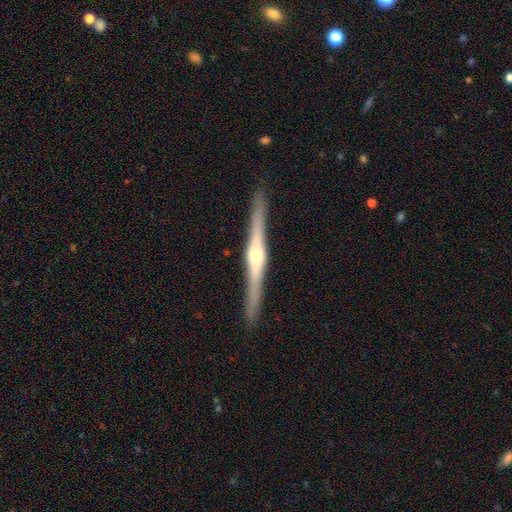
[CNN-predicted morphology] A featured or disk galaxy (79%) viewed edge-on (98%) with a rounded central bulge (84%).

Vote fractions:
- Smooth or featured? featured or disk: 79% / smooth: 16% / star or artifact: 5%
- Edge-on disk? yes: 98% / no: 2%
- Edge-on bulge? rounded: 84% / boxy: 11% / none: 5%
- Merging? none: 89% / minor disturbance: 8% / major disturbance: 2% / merger: 1%